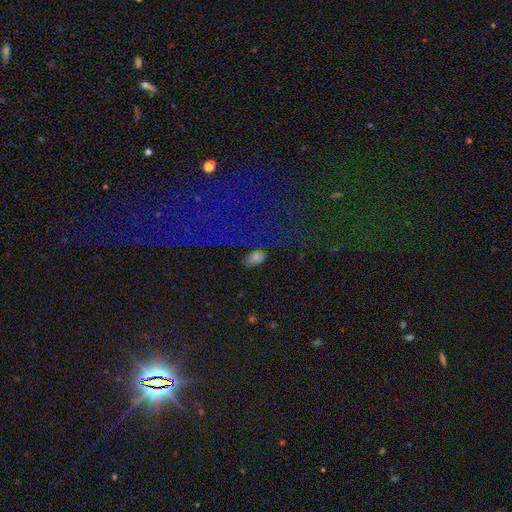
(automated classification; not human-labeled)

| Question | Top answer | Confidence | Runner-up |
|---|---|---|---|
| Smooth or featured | smooth | 43% | tied: star or artifact (43%) |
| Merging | none | 65% | minor disturbance (17%) |